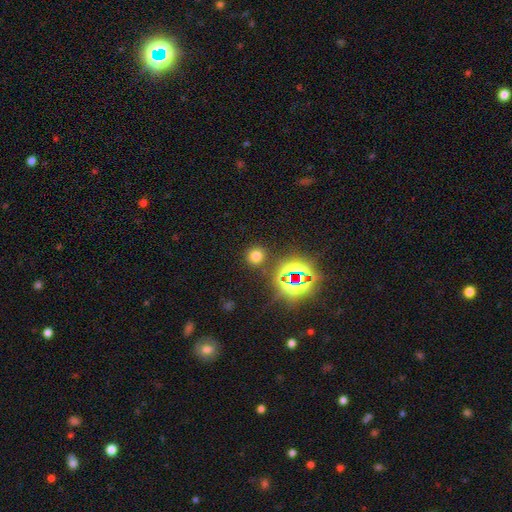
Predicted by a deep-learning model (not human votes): Q: Smooth or featured?
A: smooth (66%); runner-up: star or artifact (28%)
Q: How rounded?
A: round (88%); runner-up: in between (11%)
Q: Merging?
A: none (87%); runner-up: minor disturbance (7%)